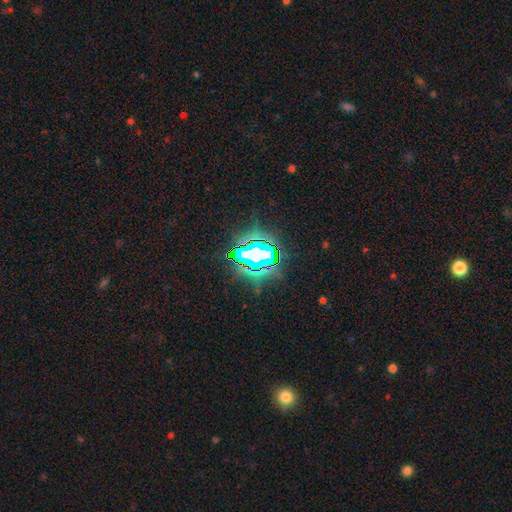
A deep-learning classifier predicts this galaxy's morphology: Smooth or featured? star or artifact (75%)